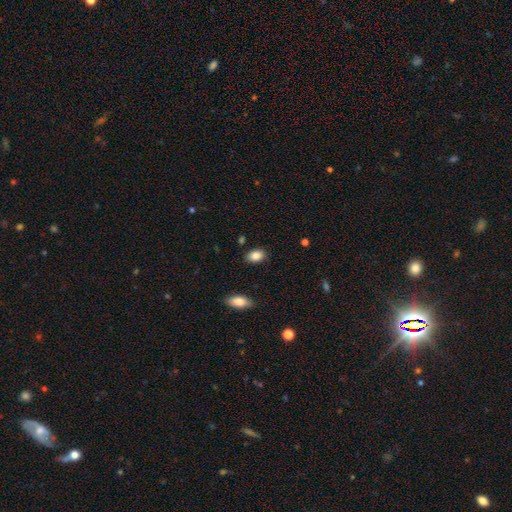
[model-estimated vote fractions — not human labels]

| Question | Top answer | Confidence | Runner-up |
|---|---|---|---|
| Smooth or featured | smooth | 87% | star or artifact (8%) |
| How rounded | in between | 82% | round (17%) |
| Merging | none | 85% | minor disturbance (10%) |